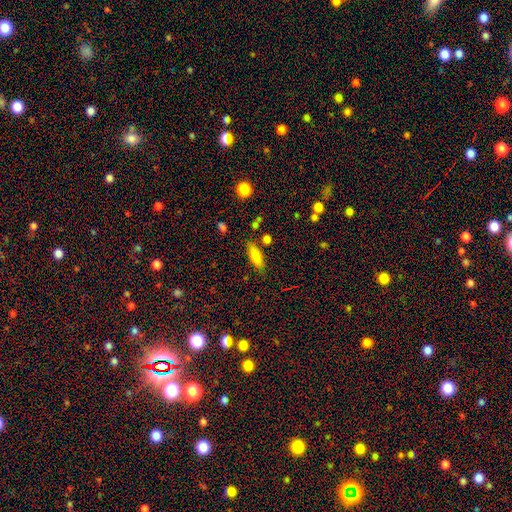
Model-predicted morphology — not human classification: Q: Smooth or featured?
A: smooth (75%); runner-up: featured or disk (17%)
Q: How rounded?
A: in between (61%); runner-up: cigar-shaped (36%)
Q: Merging?
A: none (79%); runner-up: minor disturbance (13%)